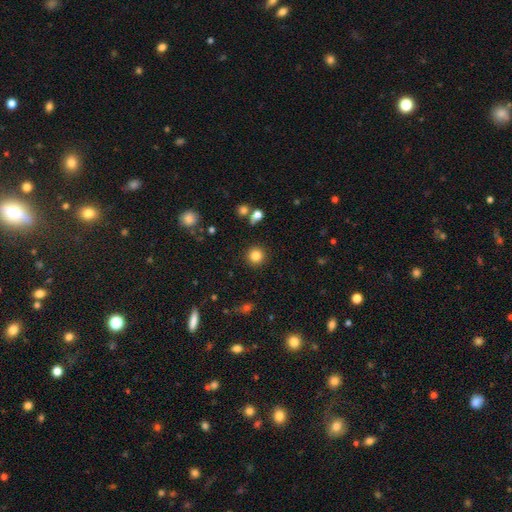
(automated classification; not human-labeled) smooth-or-featured: smooth: 83% | star or artifact: 11% | featured or disk: 5%
  how-rounded: round: 94% | in between: 5% | cigar-shaped: 1%
  merging: none: 90% | minor disturbance: 6% | major disturbance: 2% | merger: 2%